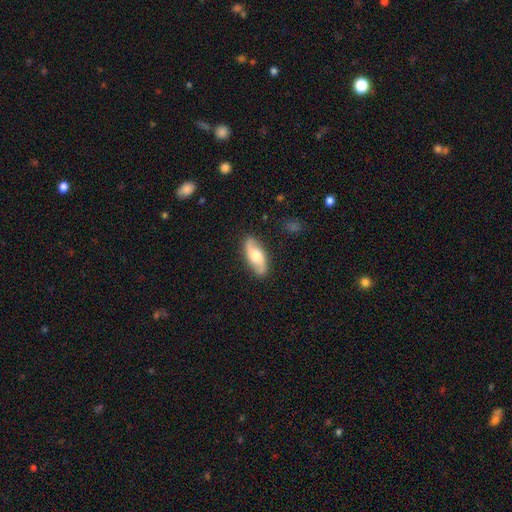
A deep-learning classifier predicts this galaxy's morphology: A featured or disk galaxy (56%).

Vote fractions:
- Smooth or featured? featured or disk: 56% / smooth: 39% / star or artifact: 6%
- Edge-on disk? no: 84% / yes: 16%
- Merging? none: 85% / minor disturbance: 11% / major disturbance: 3% / merger: 1%